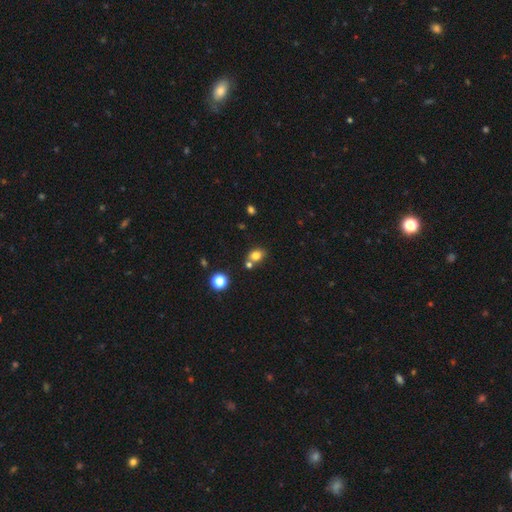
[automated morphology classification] This is likely a smooth galaxy (78%). How rounded: possibly round (51%). Merging: likely none (60%).